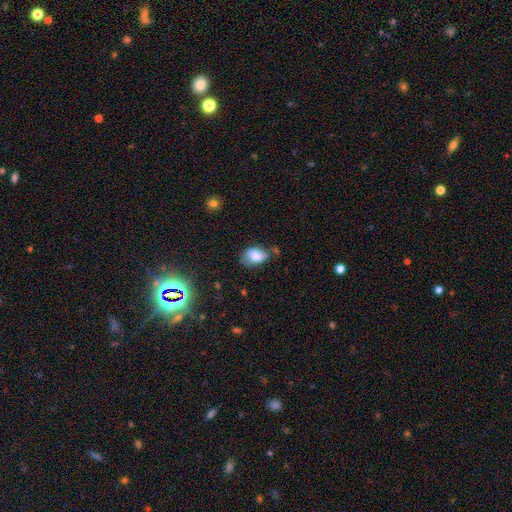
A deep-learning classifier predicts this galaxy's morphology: This appears to be a smooth galaxy with no disk features (76%) that is in between round and cigar-shaped (83%). Merging: none (50%).